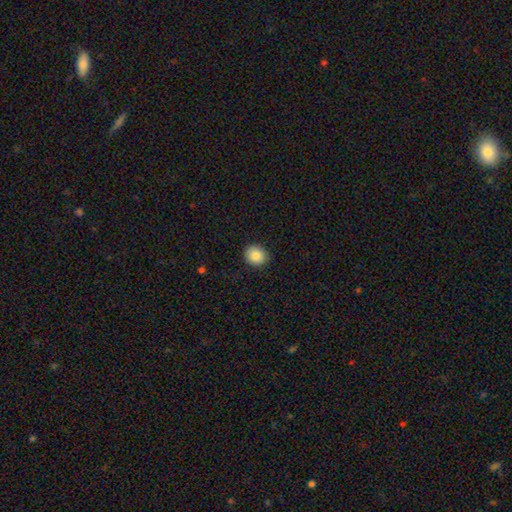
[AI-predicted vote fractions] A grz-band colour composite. It shows a smooth galaxy with no disk features (87%) that is round (76%). Merging: none (89%).